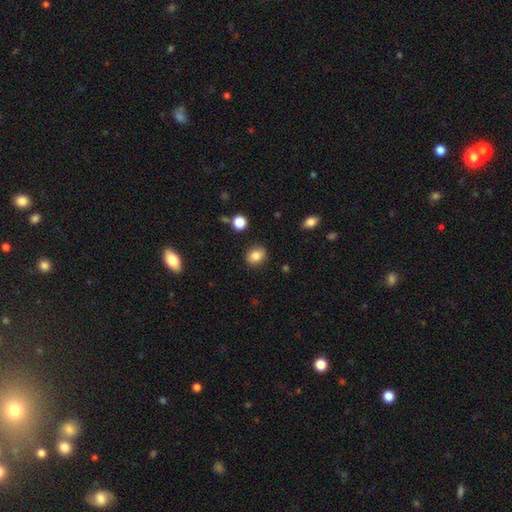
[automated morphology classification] Smooth or featured? Predicted: smooth (p=0.83). How rounded? Predicted: round (p=0.50). Merging? Predicted: none (p=0.86).